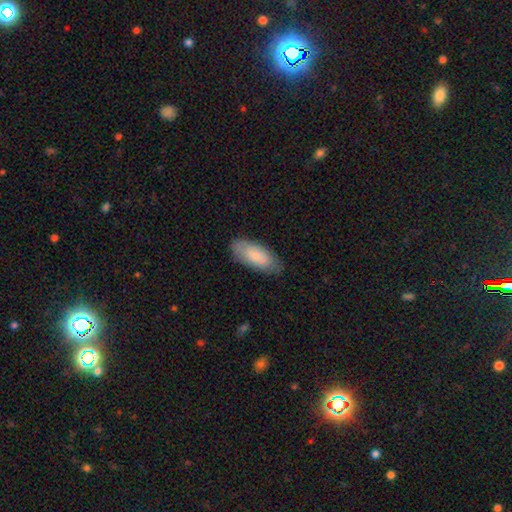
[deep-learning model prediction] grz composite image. It shows a smooth galaxy with no disk features (82%) that is in between round and cigar-shaped (84%). Merging: none (80%).